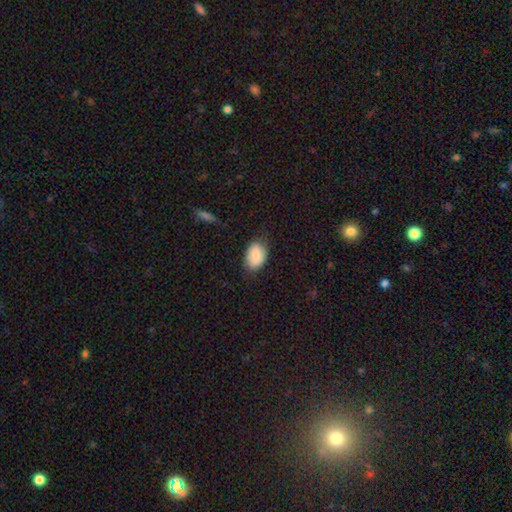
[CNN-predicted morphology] smooth-or-featured: smooth: 85% | featured or disk: 9% | star or artifact: 7%
  how-rounded: in between: 83% | round: 15% | cigar-shaped: 1%
  merging: none: 70% | minor disturbance: 23% | major disturbance: 6% | merger: 1%